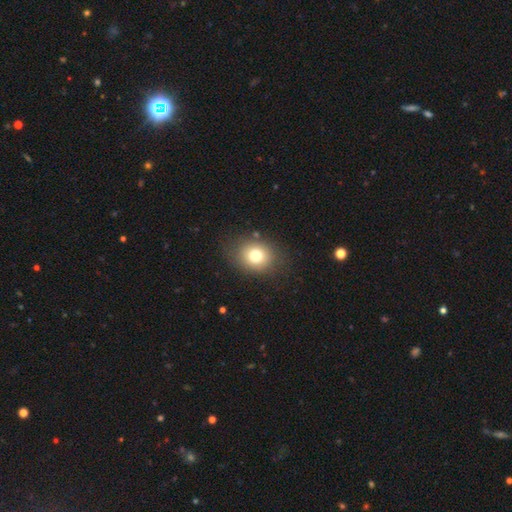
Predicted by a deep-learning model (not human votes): Smooth or featured?
  - smooth: 76% *
  - star or artifact: 12%
  - featured or disk: 12%
How rounded?
  - round: 58% *
  - in between: 41%
  - cigar-shaped: 1%
Merging?
  - none: 81% *
  - minor disturbance: 12%
  - major disturbance: 5%
  - merger: 2%